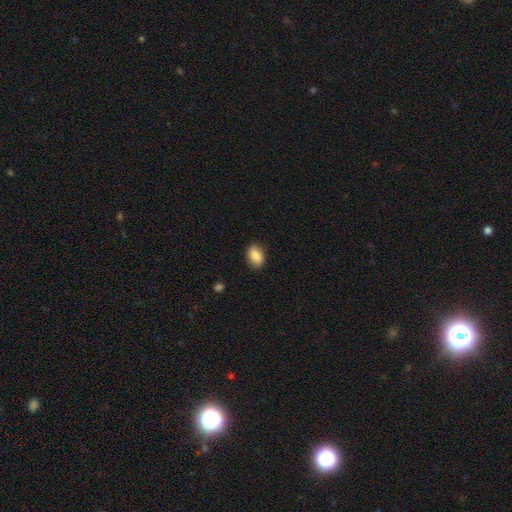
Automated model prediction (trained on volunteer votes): Smooth or featured? smooth (87%)
How rounded? in between (86%)
Merging? none (85%)